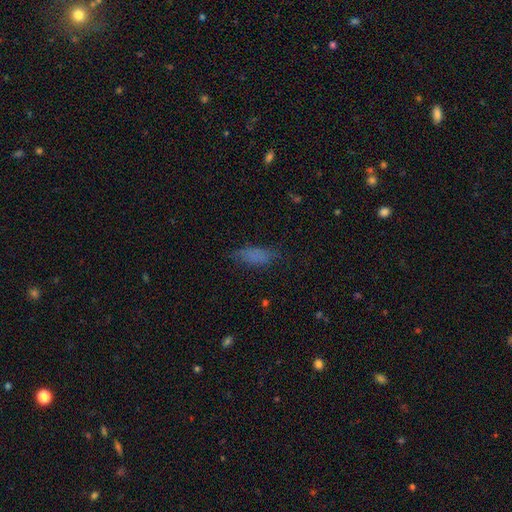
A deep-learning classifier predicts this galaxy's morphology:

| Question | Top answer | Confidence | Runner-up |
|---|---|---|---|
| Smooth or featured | smooth | 74% | featured or disk (13%) |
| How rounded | in between | 70% | cigar-shaped (27%) |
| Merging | none | 65% | minor disturbance (23%) |